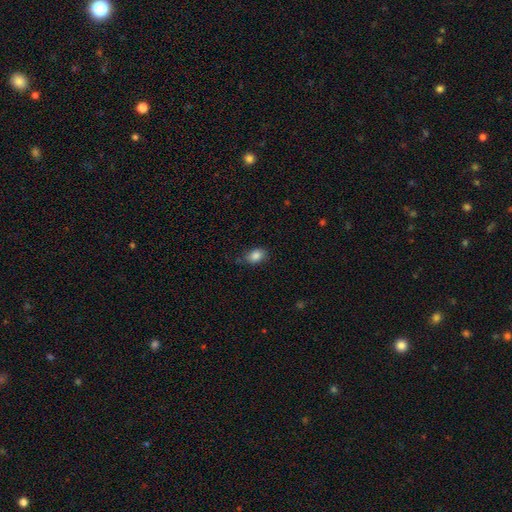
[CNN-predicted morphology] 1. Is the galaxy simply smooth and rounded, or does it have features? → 86% smooth, 9% star or artifact, 5% featured or disk.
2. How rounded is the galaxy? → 81% in between, 17% round, 2% cigar-shaped.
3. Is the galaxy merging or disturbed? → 75% none, 20% minor disturbance, 4% major disturbance, 1% merger.